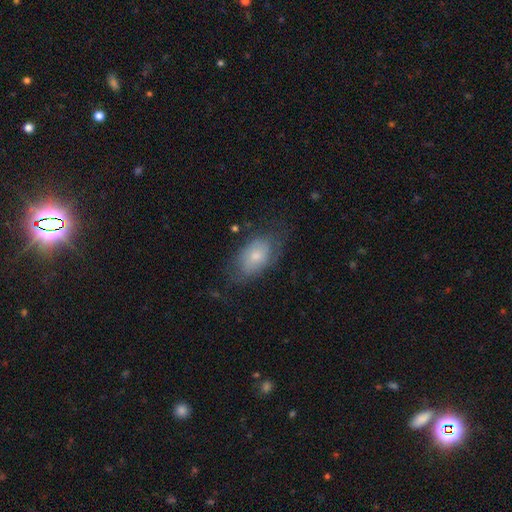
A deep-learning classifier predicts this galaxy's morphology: Smooth or featured? smooth (62%)
How rounded? in between (90%)
Merging? none (60%)